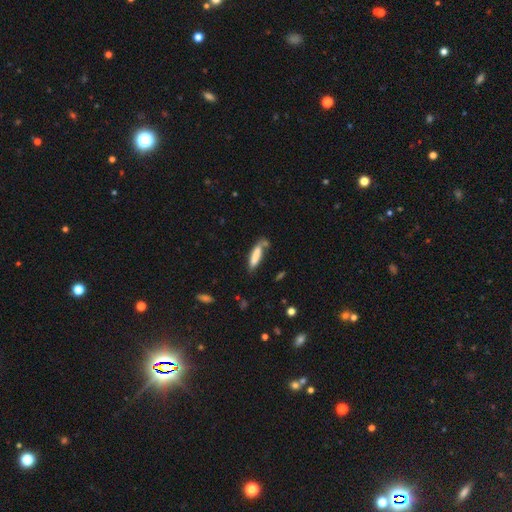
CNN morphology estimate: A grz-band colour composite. It shows a smooth galaxy with no disk features (79%) that is cigar-shaped (76%). Merging: none (59%).